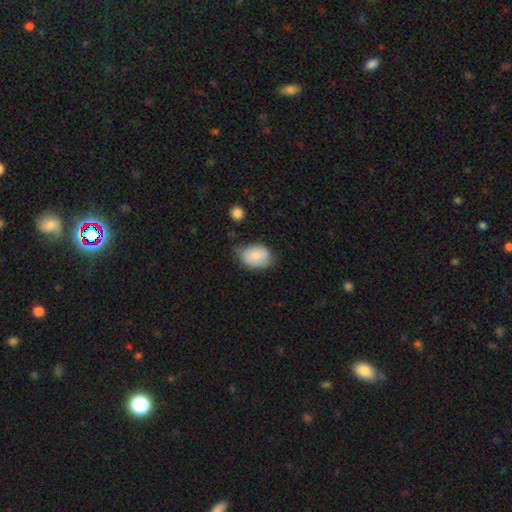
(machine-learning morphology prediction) Smooth or featured? smooth (70%)
How rounded? in between (64%)
Merging? none (53%)